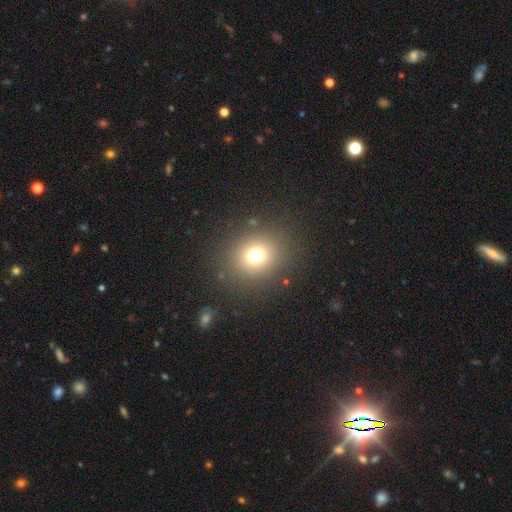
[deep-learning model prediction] A smooth galaxy with no disk features (72%) that is round (78%).

Vote fractions:
- Smooth or featured? smooth: 72% / star or artifact: 18% / featured or disk: 10%
- How rounded? round: 78% / in between: 22% / cigar-shaped: 1%
- Merging? none: 86% / minor disturbance: 7% / major disturbance: 5% / merger: 2%